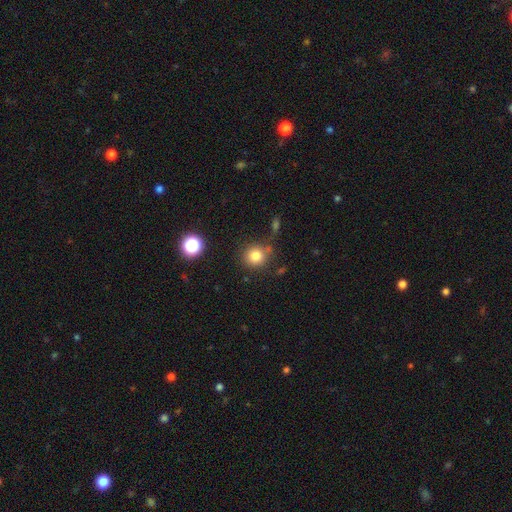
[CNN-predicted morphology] Overall: smooth (81%). How rounded: round (89%). Merging: none (77%).